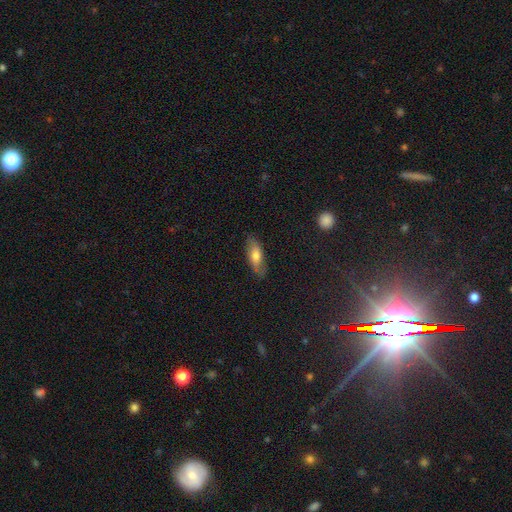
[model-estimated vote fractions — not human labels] Smooth or featured? smooth (63%)
How rounded? in between (68%)
Merging? none (78%)